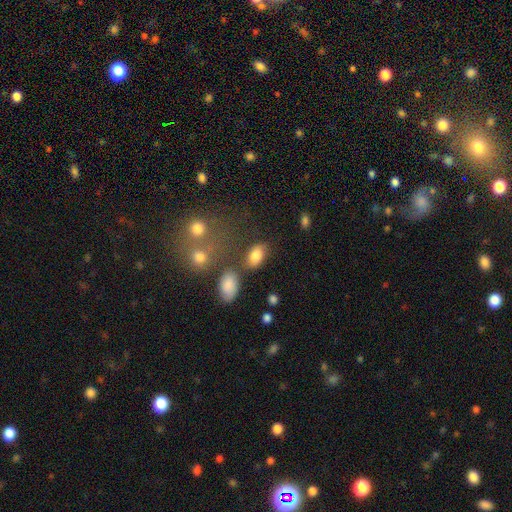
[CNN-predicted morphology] Smooth or featured: smooth — 83% (featured or disk — 9%)
How rounded: in between — 91% (round — 7%)
Merging: none — 69% (minor disturbance — 15%)